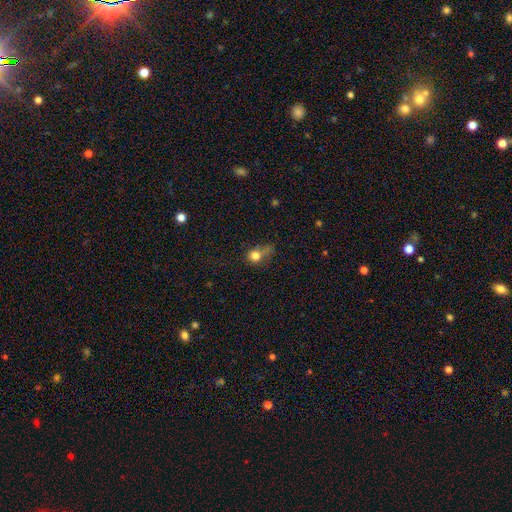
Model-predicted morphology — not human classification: Smooth or featured? Predicted: smooth (p=0.75). How rounded? Predicted: round (p=0.66). Merging? Predicted: major disturbance (p=0.32).